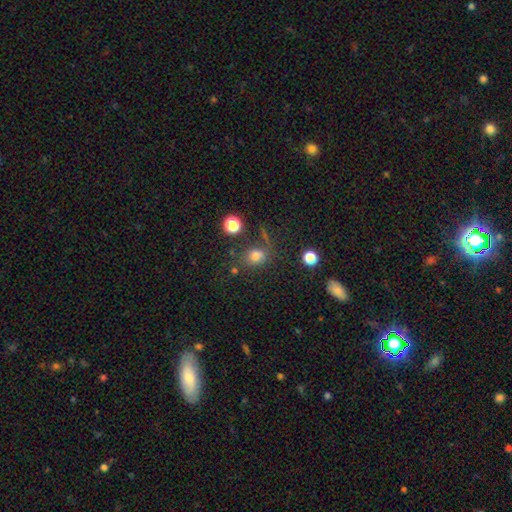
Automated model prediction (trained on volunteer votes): This is likely a smooth galaxy (72%). How rounded: possibly round (52%). Merging: likely none (62%).